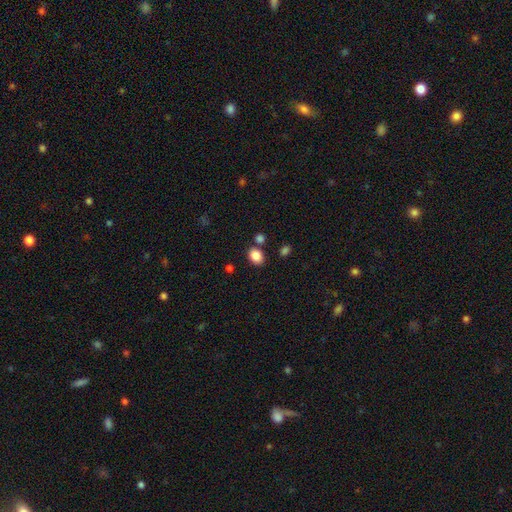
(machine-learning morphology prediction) type=smooth (86%); roundness=in between (67%); merging=none (76%).